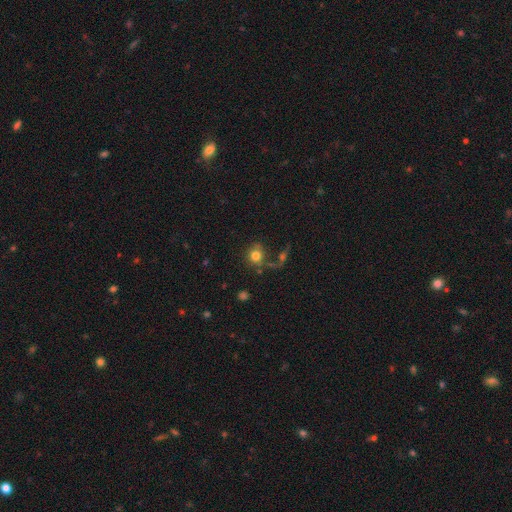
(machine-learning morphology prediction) Q: Smooth or featured?
A: smooth (78%); runner-up: star or artifact (11%)
Q: How rounded?
A: round (81%); runner-up: in between (18%)
Q: Merging?
A: none (55%); runner-up: merger (17%)